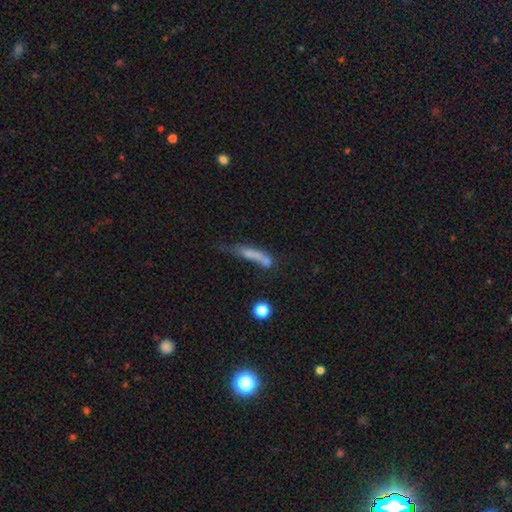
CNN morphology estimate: smooth_or_featured: smooth (p=0.57) [alt: featured or disk p=0.30]
how_rounded: cigar-shaped (p=0.78) [alt: in between p=0.17]
merging: none (p=0.35) [alt: merger p=0.22]